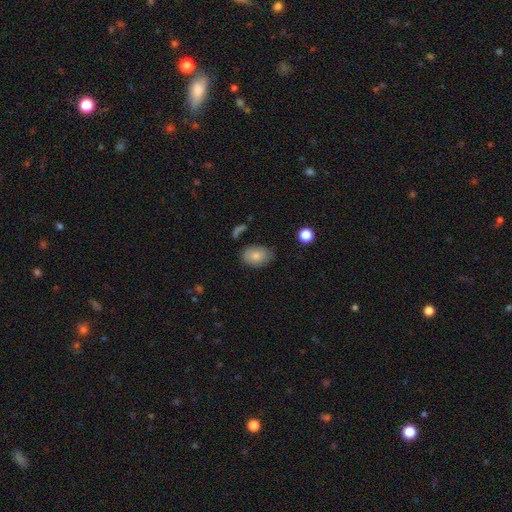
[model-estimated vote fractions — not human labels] smooth-or-featured: smooth: 81% | featured or disk: 12% | star or artifact: 8%
  how-rounded: in between: 80% | round: 18% | cigar-shaped: 1%
  merging: none: 67% | minor disturbance: 24% | major disturbance: 6% | merger: 3%